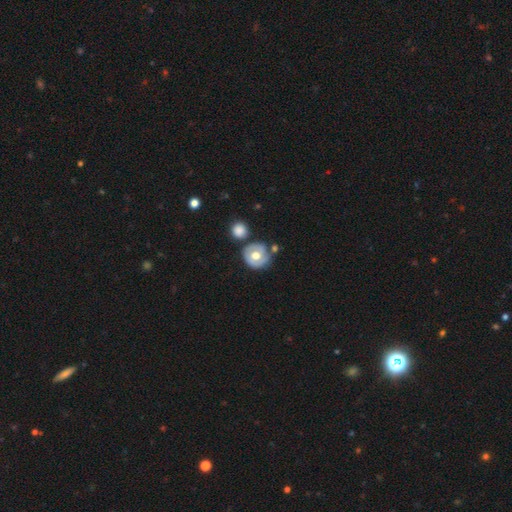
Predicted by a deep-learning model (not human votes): Q: Smooth or featured?
A: featured or disk (51%); runner-up: smooth (43%)
Q: Edge-on disk?
A: no (96%); runner-up: yes (4%)
Q: Merging?
A: none (64%); runner-up: minor disturbance (18%)